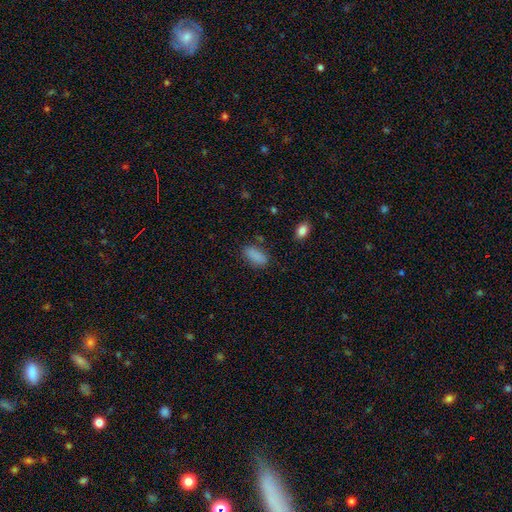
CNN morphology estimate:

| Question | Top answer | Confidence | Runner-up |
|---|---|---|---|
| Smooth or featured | smooth | 87% | star or artifact (9%) |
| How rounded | in between | 90% | cigar-shaped (7%) |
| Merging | none | 79% | minor disturbance (15%) |